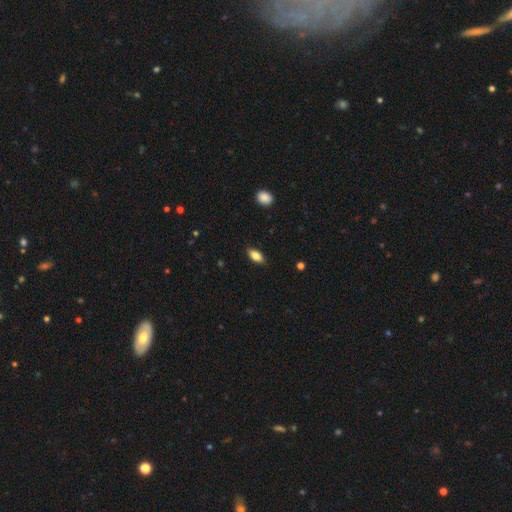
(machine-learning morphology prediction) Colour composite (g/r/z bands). It shows a smooth galaxy with no disk features (81%) that is in between round and cigar-shaped (88%). Merging: none (87%).